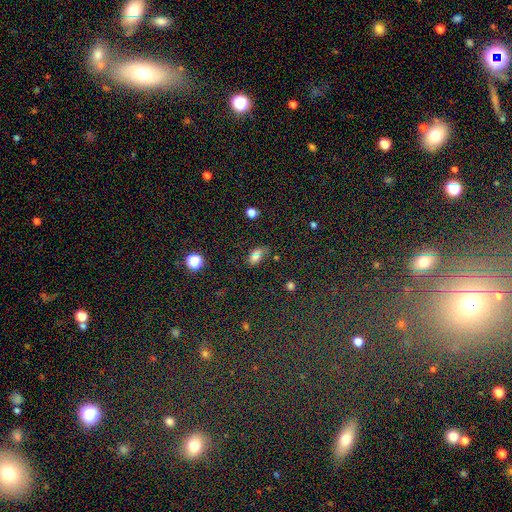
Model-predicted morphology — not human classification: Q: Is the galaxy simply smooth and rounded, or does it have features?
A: smooth — 75%.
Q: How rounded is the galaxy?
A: in between — 86%.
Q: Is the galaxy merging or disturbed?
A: none — 53%.